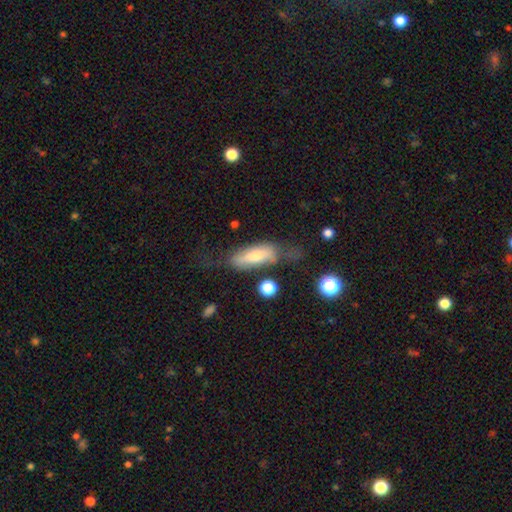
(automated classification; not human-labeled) Smooth or featured?
  - smooth: 60% *
  - featured or disk: 32%
  - star or artifact: 8%
How rounded?
  - in between: 60% *
  - cigar-shaped: 37%
  - round: 3%
Merging?
  - none: 44% *
  - minor disturbance: 28%
  - major disturbance: 23%
  - merger: 5%